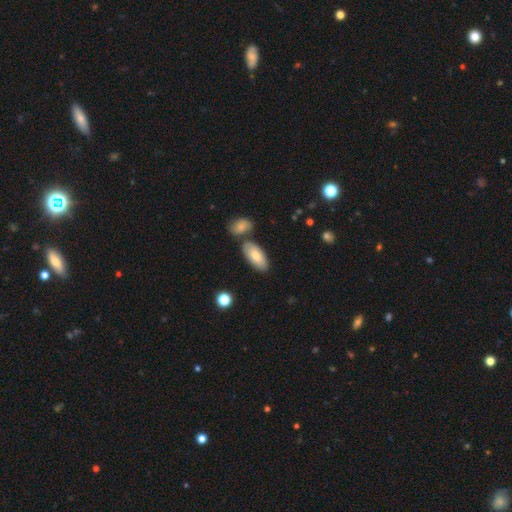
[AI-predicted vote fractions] smooth 77%, featured or disk 17%, star or artifact 6%. Down the decision tree: how rounded — in between (90%); merging — none (69%).